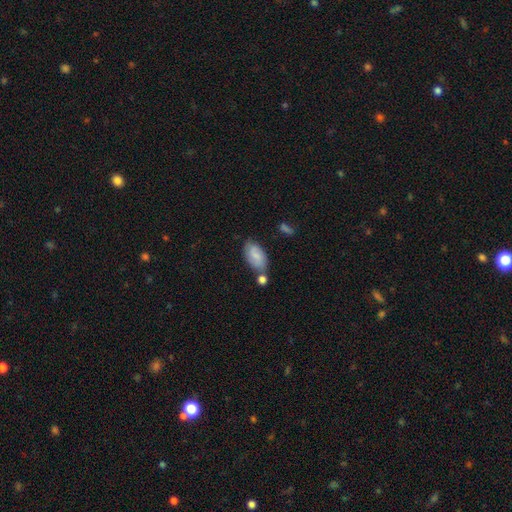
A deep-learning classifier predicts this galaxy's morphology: The model was most divided on "merging": none: 57%, merger: 21%, minor disturbance: 18%, major disturbance: 5%. More confident: how rounded — in between (92%); smooth or featured — smooth (70%).